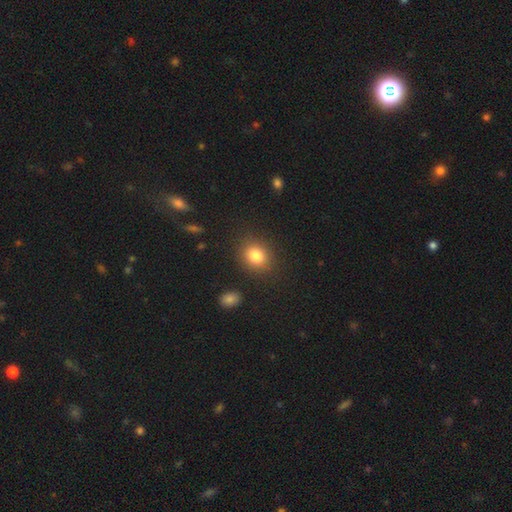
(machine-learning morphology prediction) Smooth or featured?
  - smooth: 83% *
  - star or artifact: 10%
  - featured or disk: 7%
How rounded?
  - round: 60% *
  - in between: 39%
  - cigar-shaped: 1%
Merging?
  - none: 85% *
  - minor disturbance: 9%
  - major disturbance: 3%
  - merger: 2%